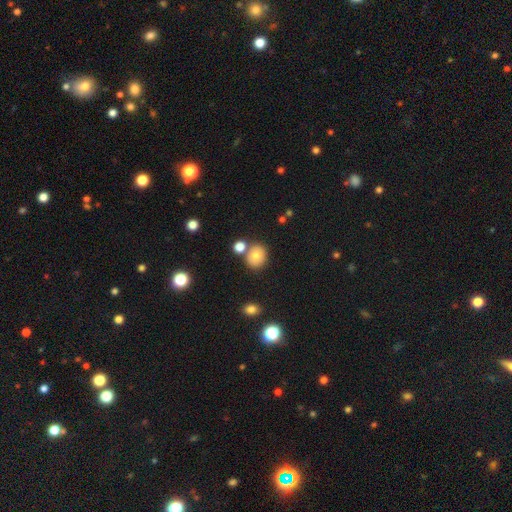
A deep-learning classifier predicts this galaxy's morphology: This appears to be a smooth galaxy with no disk features (77%) that is round (76%). Merging: none (72%).